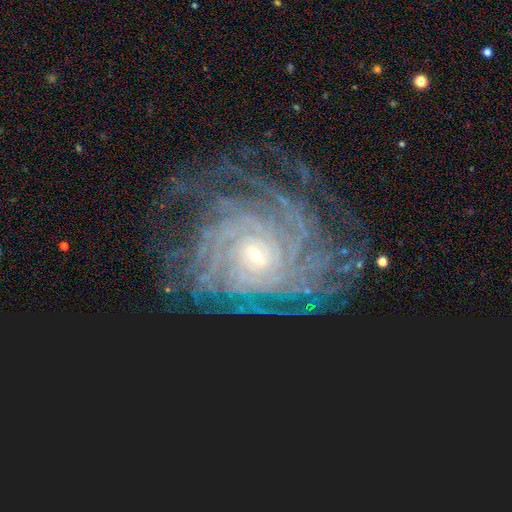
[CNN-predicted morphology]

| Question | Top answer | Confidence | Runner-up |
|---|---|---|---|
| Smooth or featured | featured or disk | 85% | star or artifact (9%) |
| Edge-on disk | no | 97% | yes (3%) |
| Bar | no | 70% | weak (21%) |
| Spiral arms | yes | 97% | no (3%) |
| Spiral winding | tight | 81% | medium (16%) |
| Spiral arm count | more than 4 | 38% | can't tell (23%) |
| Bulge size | small | 75% | moderate (21%) |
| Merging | none | 75% | minor disturbance (15%) |